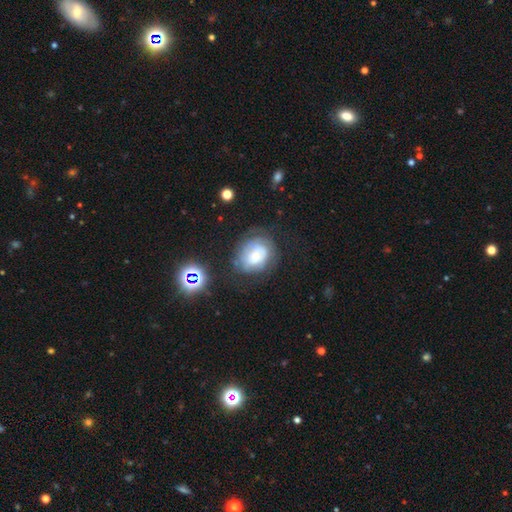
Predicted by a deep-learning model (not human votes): The model was most divided on "smooth or featured": featured or disk: 48%, smooth: 41%, star or artifact: 11%. More confident: merging — none (58%).